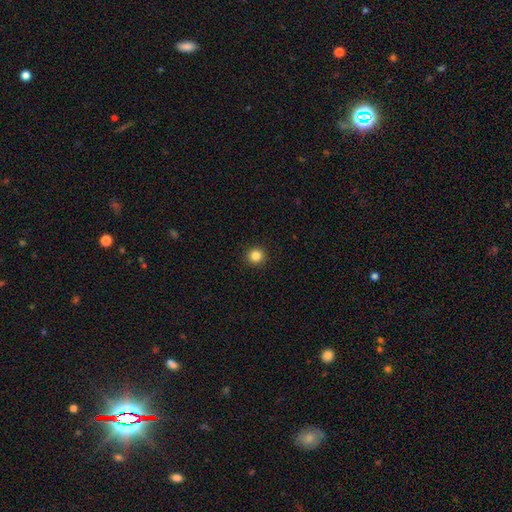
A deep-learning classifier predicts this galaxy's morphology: smooth 85%, star or artifact 12%, featured or disk 4%. Down the decision tree: how rounded — round (95%); merging — none (93%).